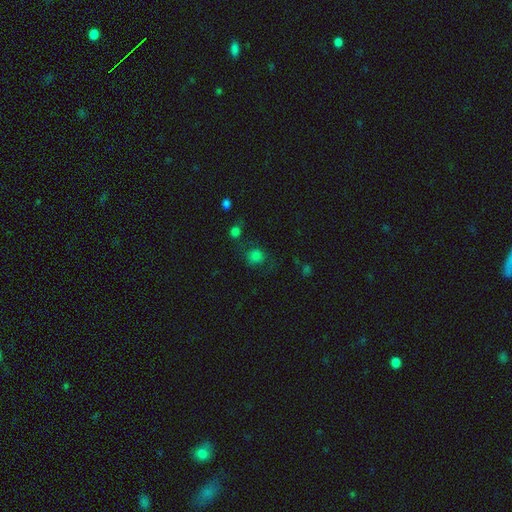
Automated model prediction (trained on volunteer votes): Smooth or featured?
  - smooth: 74% *
  - star or artifact: 17%
  - featured or disk: 9%
How rounded?
  - round: 83% *
  - in between: 16%
  - cigar-shaped: 1%
Merging?
  - none: 59% *
  - minor disturbance: 18%
  - major disturbance: 14%
  - merger: 9%